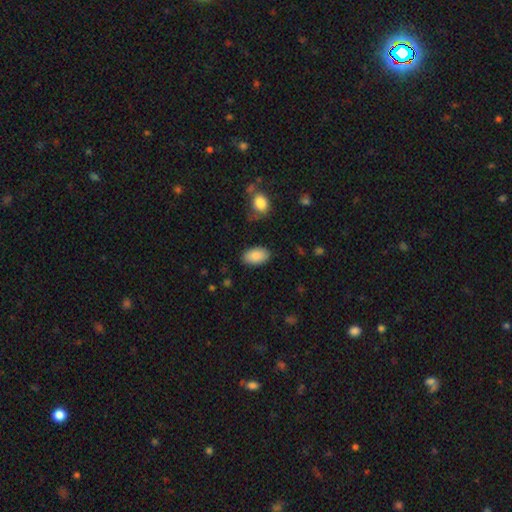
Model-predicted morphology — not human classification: type=smooth (89%); roundness=in between (94%); merging=none (85%).